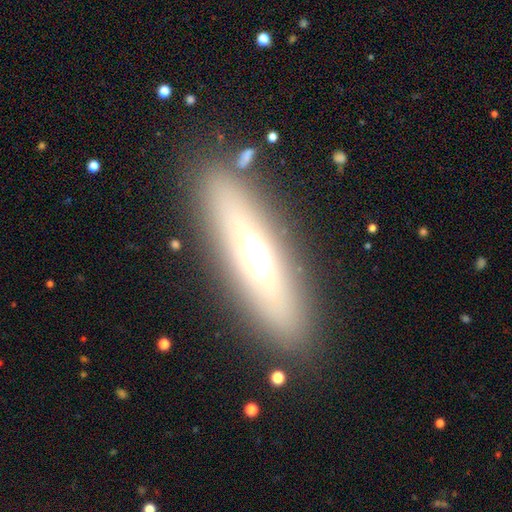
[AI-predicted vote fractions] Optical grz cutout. It shows a featured or disk galaxy (46%). Merging: none (84%).